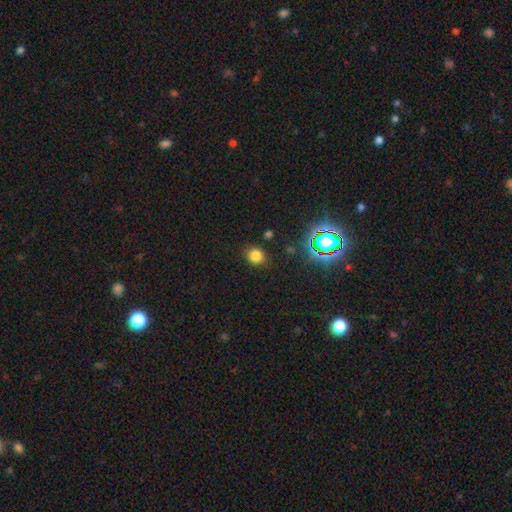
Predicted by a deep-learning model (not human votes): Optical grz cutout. It shows a smooth galaxy with no disk features (78%) that is round (81%). Merging: none (86%).